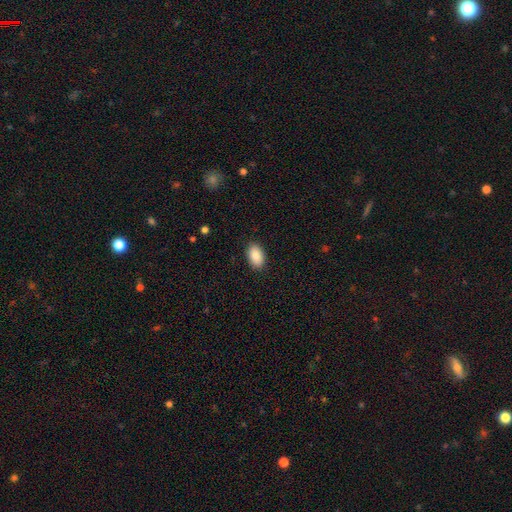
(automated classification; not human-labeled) Smooth or featured: smooth — 89% (star or artifact — 7%)
How rounded: in between — 93% (round — 5%)
Merging: none — 89% (minor disturbance — 8%)